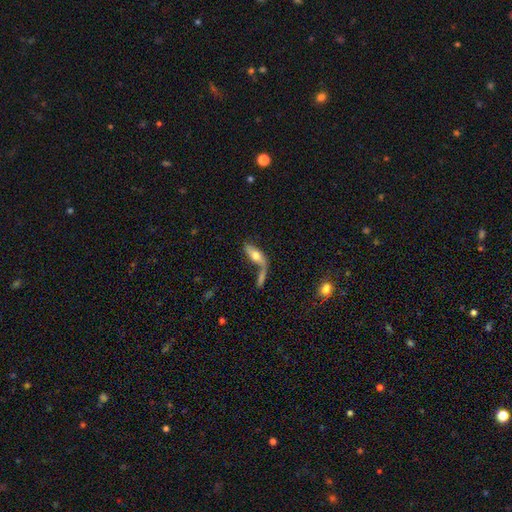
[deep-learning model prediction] Smooth or featured?
  - smooth: 48% *
  - featured or disk: 44%
  - star or artifact: 8%
Merging?
  - merger: 38% *
  - none: 30%
  - major disturbance: 18%
  - minor disturbance: 14%